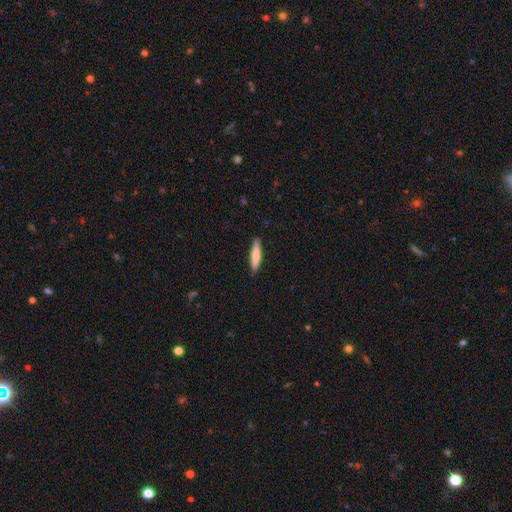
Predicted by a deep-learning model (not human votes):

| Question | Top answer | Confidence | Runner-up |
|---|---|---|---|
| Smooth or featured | smooth | 73% | featured or disk (21%) |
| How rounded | cigar-shaped | 85% | in between (14%) |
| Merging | none | 89% | minor disturbance (8%) |